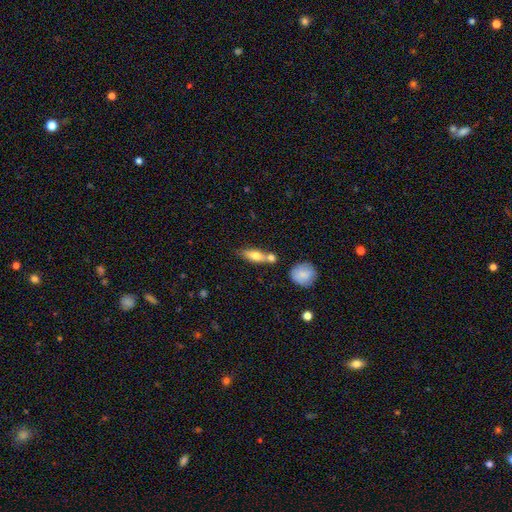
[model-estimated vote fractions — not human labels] smooth_or_featured: smooth (p=0.67) [alt: featured or disk p=0.26]
how_rounded: in between (p=0.59) [alt: cigar-shaped p=0.36]
merging: none (p=0.52) [alt: merger p=0.30]